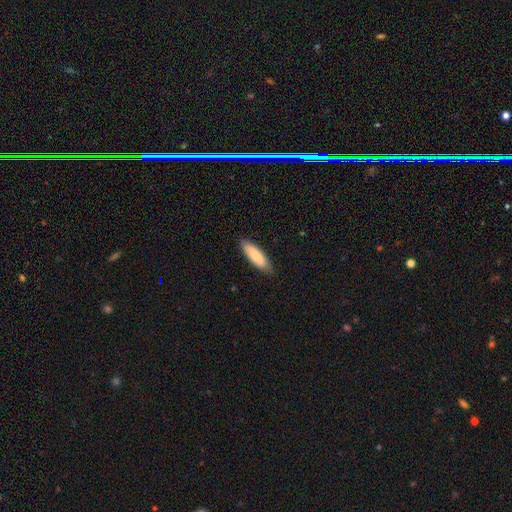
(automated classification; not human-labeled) This is clearly a smooth galaxy (80%). How rounded: possibly in between (57%). Merging: clearly none (84%).